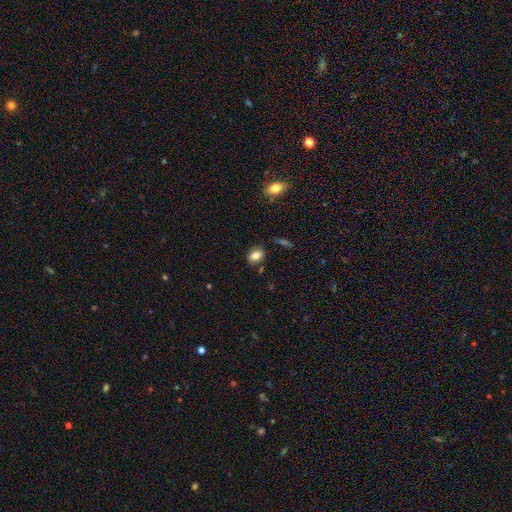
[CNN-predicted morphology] type=smooth (83%); roundness=in between (75%); merging=none (77%).